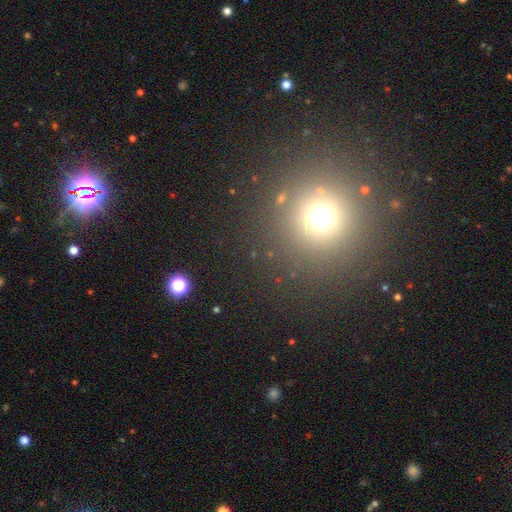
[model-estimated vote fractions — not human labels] Smooth or featured? Predicted: smooth (p=0.57). How rounded? Predicted: round (p=0.95). Merging? Predicted: none (p=0.89).